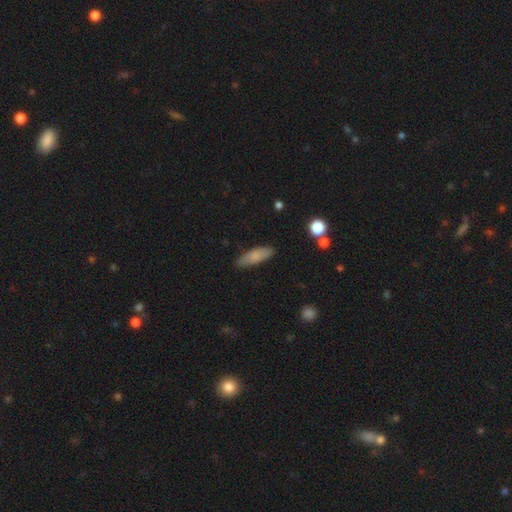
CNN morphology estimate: type=smooth (79%); roundness=in between (54%); merging=none (83%).